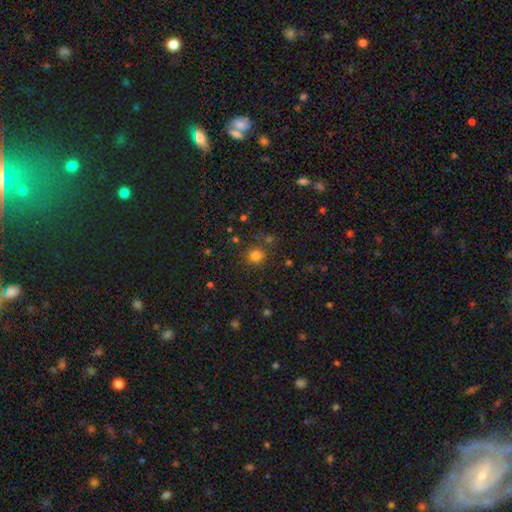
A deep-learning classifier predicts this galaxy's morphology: This is likely a smooth galaxy (78%). How rounded: clearly round (90%). Merging: clearly none (82%).